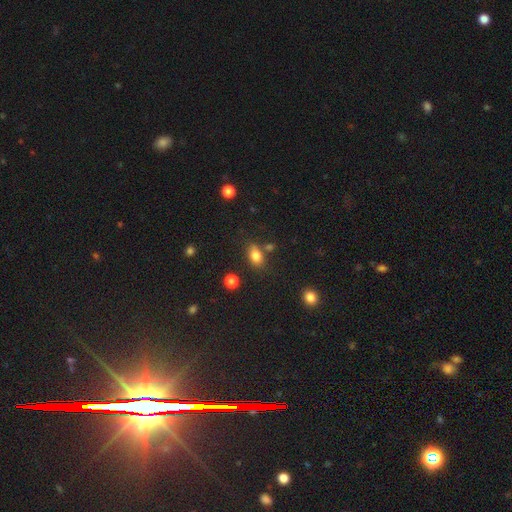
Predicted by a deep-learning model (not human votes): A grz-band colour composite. It shows a smooth galaxy with no disk features (80%) that is in between round and cigar-shaped (77%). Merging: none (69%).